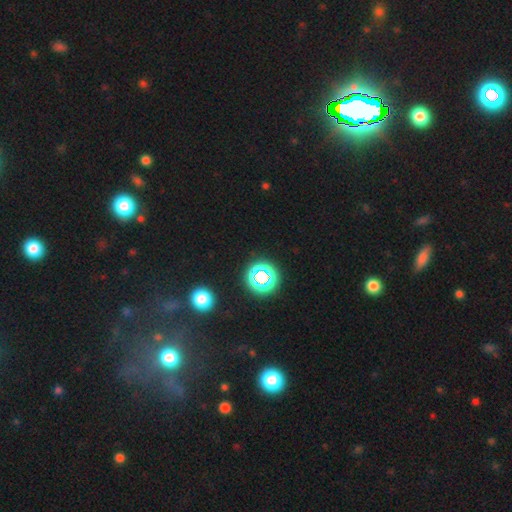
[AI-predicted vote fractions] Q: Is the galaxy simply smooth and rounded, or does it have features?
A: star or artifact — 72%.